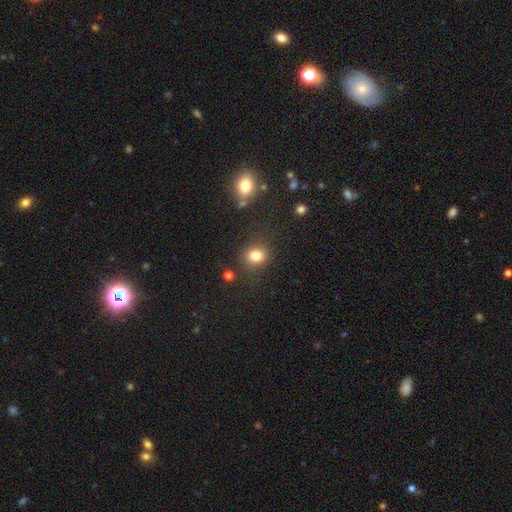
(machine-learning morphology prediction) smooth 81%, star or artifact 13%, featured or disk 6%. Down the decision tree: how rounded — round (71%); merging — none (82%).